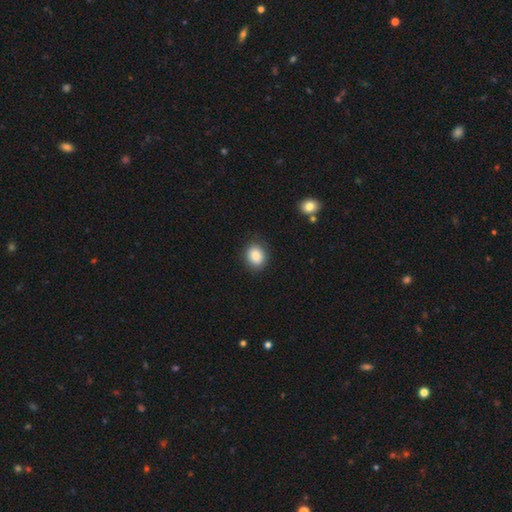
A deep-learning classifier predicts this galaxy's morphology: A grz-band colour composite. It shows a smooth galaxy with no disk features (85%) that is round (61%). Merging: none (87%).